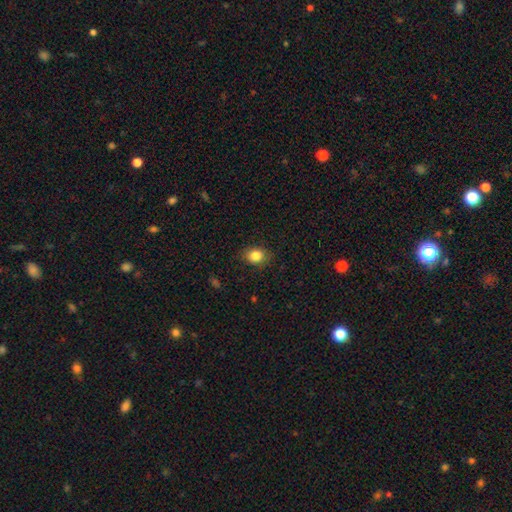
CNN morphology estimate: A smooth galaxy with no disk features (85%) that is in between round and cigar-shaped (52%).

Vote fractions:
- Smooth or featured? smooth: 85% / star or artifact: 10% / featured or disk: 6%
- How rounded? in between: 52% / round: 47% / cigar-shaped: 1%
- Merging? none: 85% / minor disturbance: 12% / major disturbance: 3% / merger: 1%